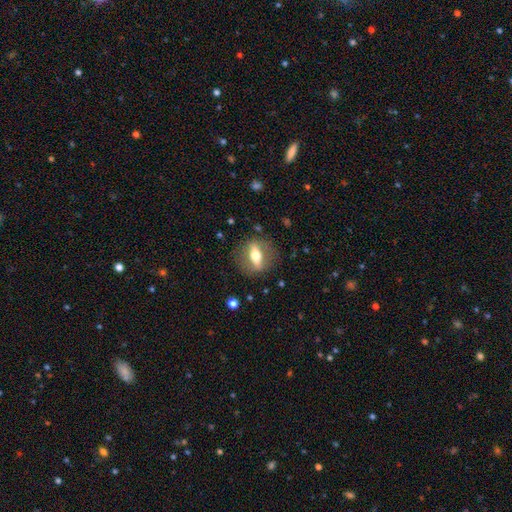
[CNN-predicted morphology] This appears to be a featured or disk galaxy (54%) viewed edge-on (52%). Merging: none (82%).